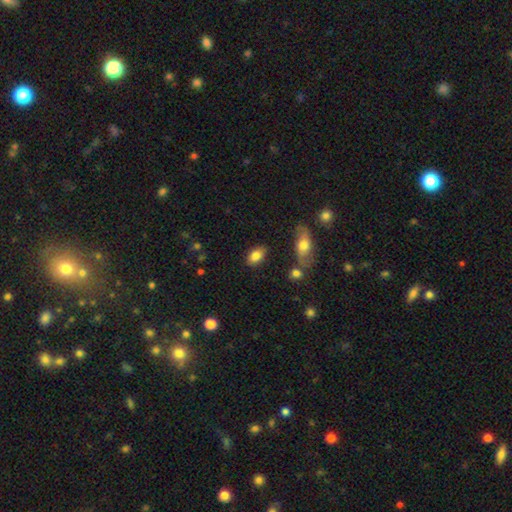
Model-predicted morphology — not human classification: Smooth or featured? smooth (84%)
How rounded? in between (90%)
Merging? none (83%)